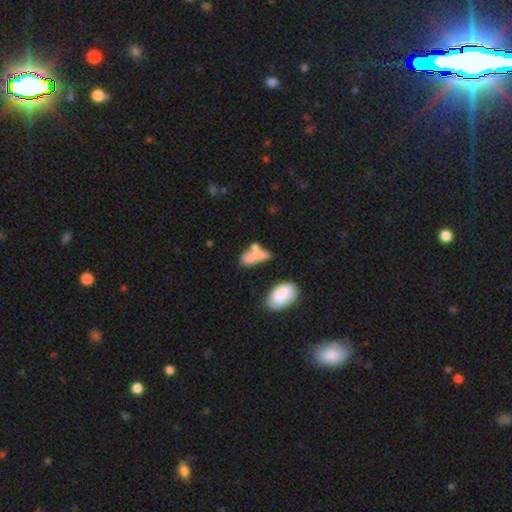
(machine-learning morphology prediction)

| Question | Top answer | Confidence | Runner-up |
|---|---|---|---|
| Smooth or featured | smooth | 66% | featured or disk (24%) |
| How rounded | in between | 74% | cigar-shaped (19%) |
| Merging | merger | 39% | none (32%) |